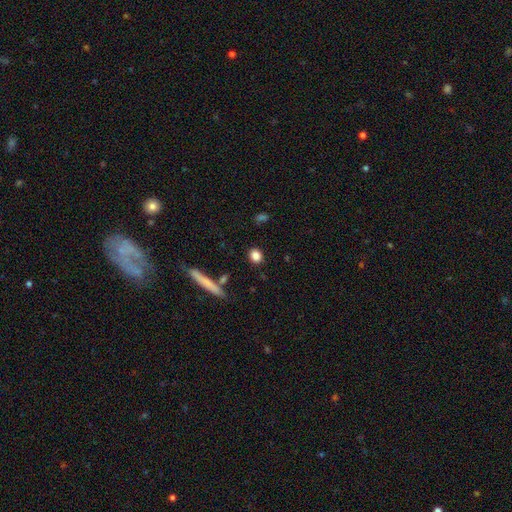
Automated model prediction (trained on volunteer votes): Smooth or featured? smooth (85%)
How rounded? round (65%)
Merging? none (85%)